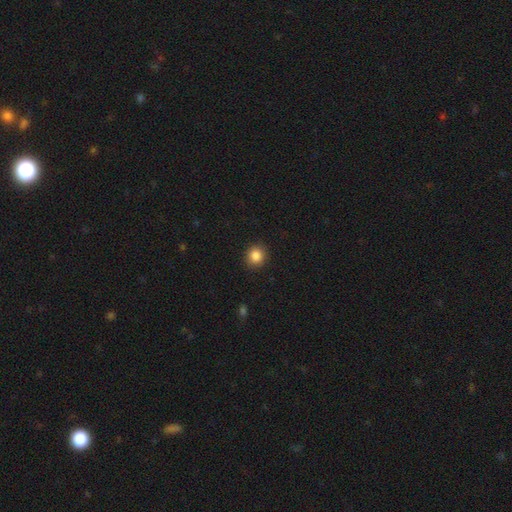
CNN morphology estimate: A smooth galaxy with no disk features (86%) that is round (89%).

Vote fractions:
- Smooth or featured? smooth: 86% / star or artifact: 10% / featured or disk: 4%
- How rounded? round: 89% / in between: 10% / cigar-shaped: 1%
- Merging? none: 90% / minor disturbance: 7% / major disturbance: 2% / merger: 1%